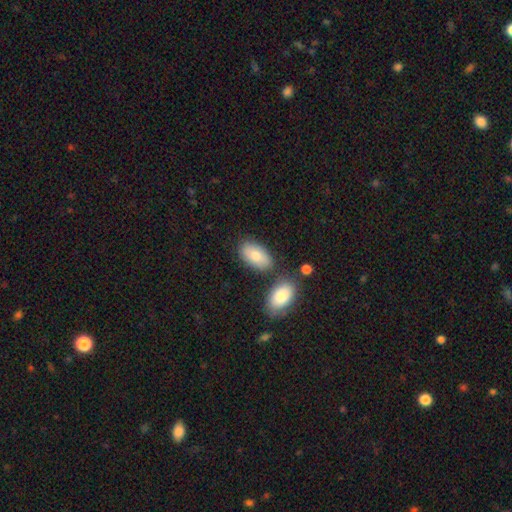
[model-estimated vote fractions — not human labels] smooth-or-featured: smooth: 81% | featured or disk: 13% | star or artifact: 6%
  how-rounded: in between: 94% | round: 4% | cigar-shaped: 2%
  merging: none: 71% | minor disturbance: 14% | merger: 12% | major disturbance: 4%